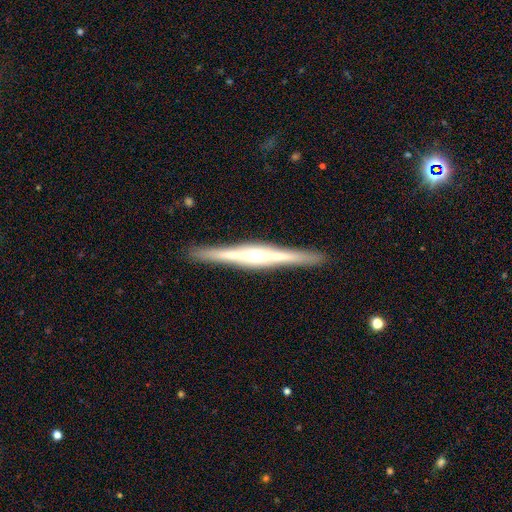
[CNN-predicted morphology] Smooth or featured?
  - featured or disk: 81% *
  - smooth: 15%
  - star or artifact: 5%
Edge-on disk?
  - yes: 98% *
  - no: 2%
Edge-on bulge?
  - rounded: 72% *
  - boxy: 17%
  - none: 12%
Merging?
  - none: 91% *
  - minor disturbance: 6%
  - major disturbance: 1%
  - merger: 1%